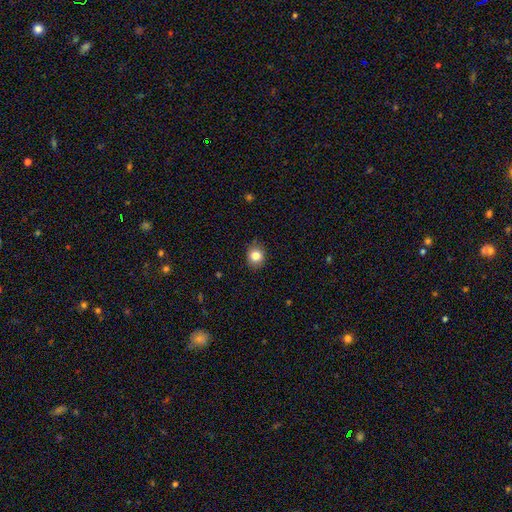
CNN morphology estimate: Smooth or featured?
  - smooth: 83% *
  - star or artifact: 10%
  - featured or disk: 6%
How rounded?
  - round: 77% *
  - in between: 22%
  - cigar-shaped: 1%
Merging?
  - none: 88% *
  - minor disturbance: 9%
  - major disturbance: 2%
  - merger: 1%